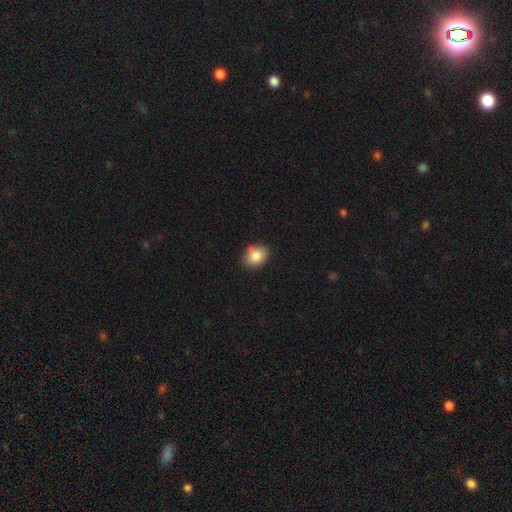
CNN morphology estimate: Overall: smooth (84%). How rounded: in between (54%; round 45%). Merging: none (80%).